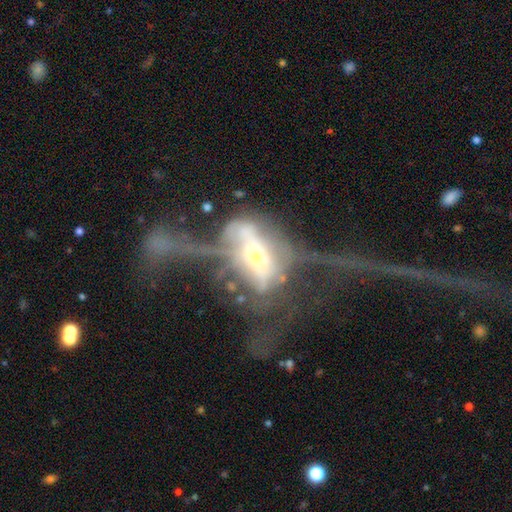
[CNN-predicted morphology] smooth-or-featured: featured or disk: 71% | smooth: 19% | star or artifact: 10%
  disk-edge-on: no: 68% | yes: 32%
  merging: major disturbance: 58% | merger: 17% | none: 16% | minor disturbance: 10%